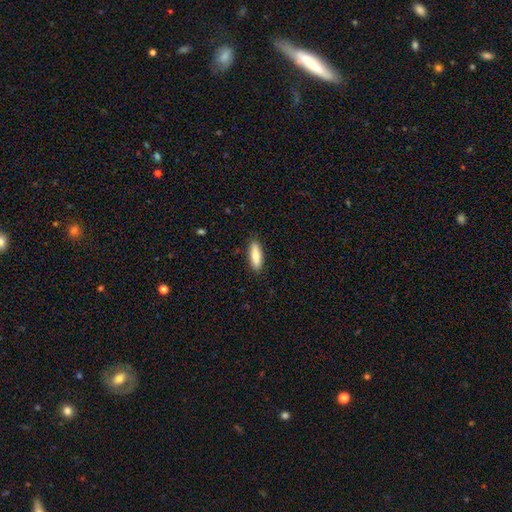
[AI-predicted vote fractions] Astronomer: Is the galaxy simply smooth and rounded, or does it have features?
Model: smooth — 77%.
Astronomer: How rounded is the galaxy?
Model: in between — 53% (runner-up: cigar-shaped, 46%).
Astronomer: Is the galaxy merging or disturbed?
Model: none — 88%.